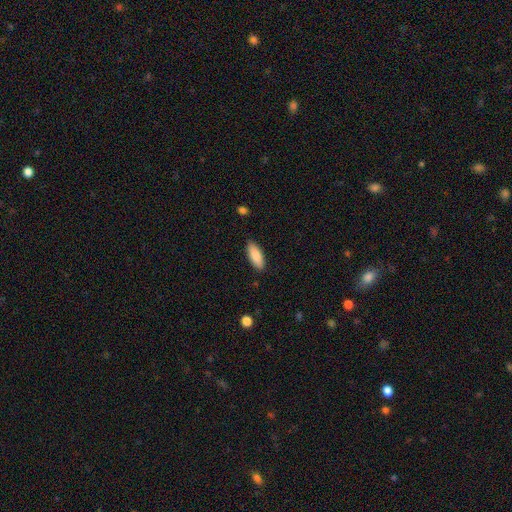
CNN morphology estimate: smooth-or-featured: smooth: 86% | featured or disk: 8% | star or artifact: 6%
  how-rounded: in between: 75% | cigar-shaped: 24% | round: 2%
  merging: none: 87% | minor disturbance: 10% | major disturbance: 2% | merger: 1%